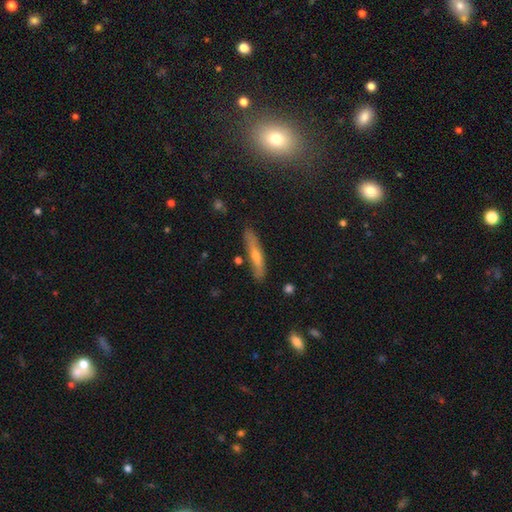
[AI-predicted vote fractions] Q: Smooth or featured?
A: featured or disk (46%); runner-up: smooth (45%)
Q: Merging?
A: none (83%); runner-up: minor disturbance (13%)